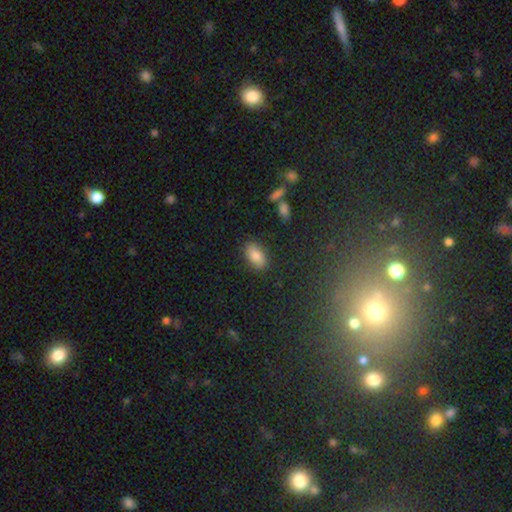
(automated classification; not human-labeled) This appears to be a smooth galaxy with no disk features (83%) that is in between round and cigar-shaped (92%). Merging: none (84%).